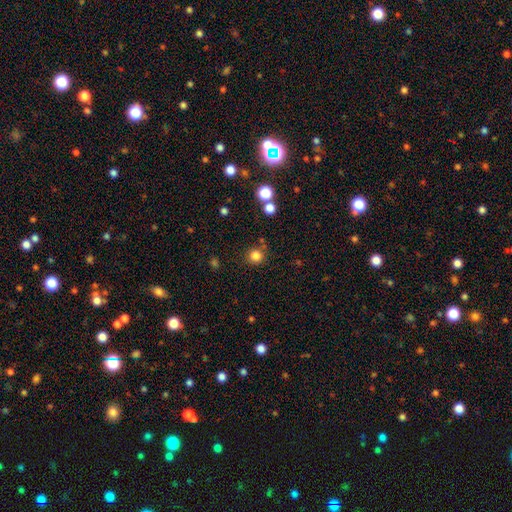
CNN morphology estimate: type=smooth (82%); roundness=round (92%); merging=none (83%).